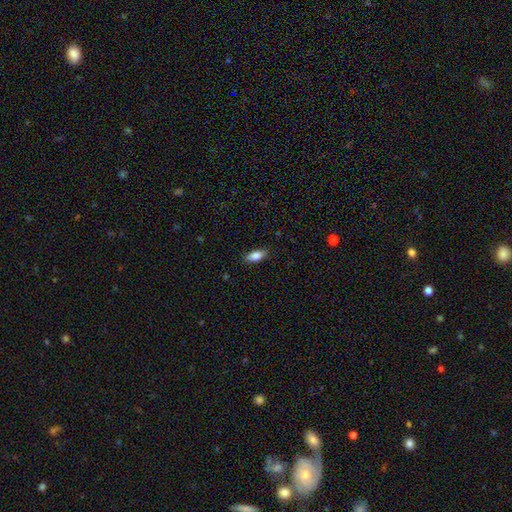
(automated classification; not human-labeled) Smooth or featured: smooth — 80% (featured or disk — 13%)
How rounded: in between — 83% (cigar-shaped — 14%)
Merging: none — 86% (minor disturbance — 11%)